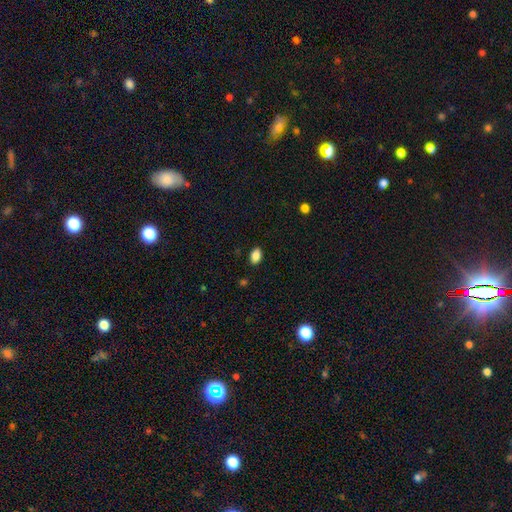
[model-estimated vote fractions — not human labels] Smooth or featured: smooth — 87% (star or artifact — 9%)
How rounded: in between — 87% (round — 12%)
Merging: none — 88% (minor disturbance — 9%)